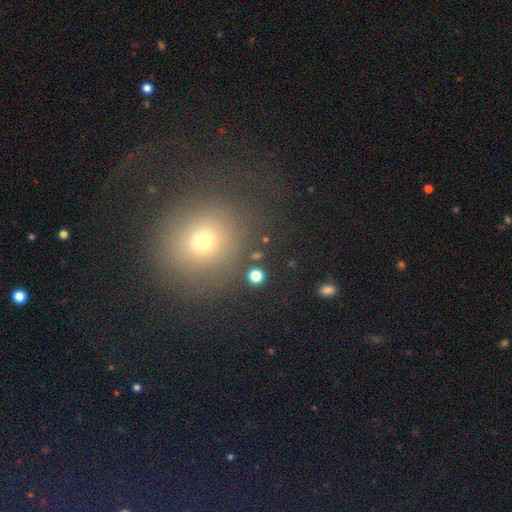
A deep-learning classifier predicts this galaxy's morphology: Smooth or featured? Predicted: smooth (p=0.63). How rounded? Predicted: round (p=0.83). Merging? Predicted: none (p=0.78).